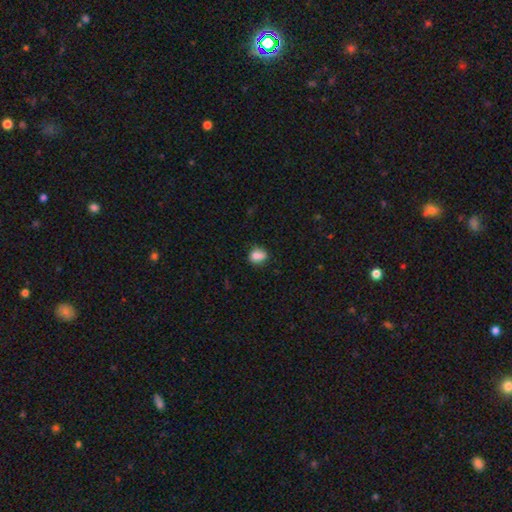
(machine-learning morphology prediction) Smooth or featured? smooth (79%)
How rounded? round (55%)
Merging? none (58%)